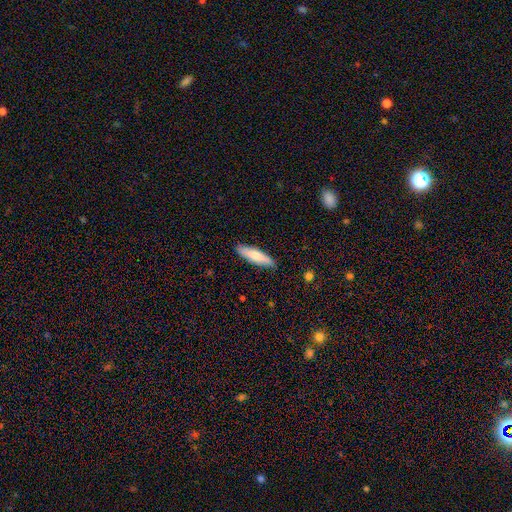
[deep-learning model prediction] A smooth galaxy with no disk features (73%) that is cigar-shaped (67%). Merging: none (87%).